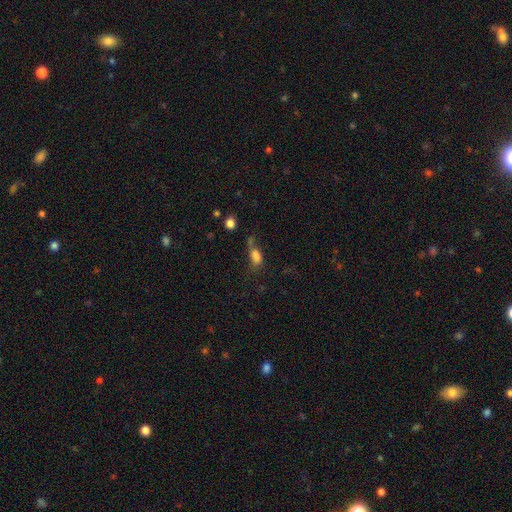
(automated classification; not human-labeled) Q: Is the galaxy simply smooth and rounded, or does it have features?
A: smooth — 76%.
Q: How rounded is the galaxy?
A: in between — 82%.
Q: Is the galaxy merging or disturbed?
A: none — 33%.